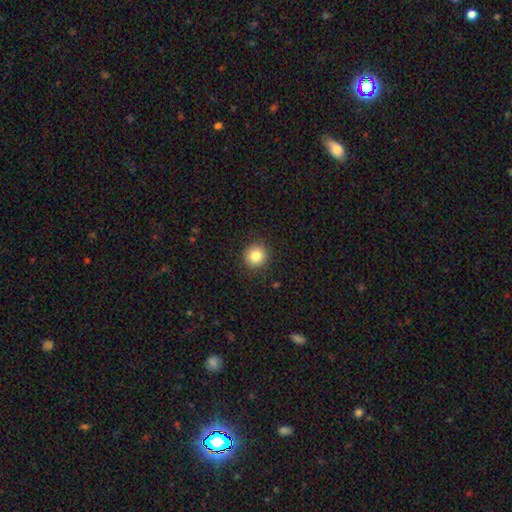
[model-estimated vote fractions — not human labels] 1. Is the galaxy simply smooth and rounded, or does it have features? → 82% smooth, 11% star or artifact, 7% featured or disk.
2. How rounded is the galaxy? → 93% round, 6% in between, 1% cigar-shaped.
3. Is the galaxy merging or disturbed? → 91% none, 6% minor disturbance, 2% major disturbance, 1% merger.